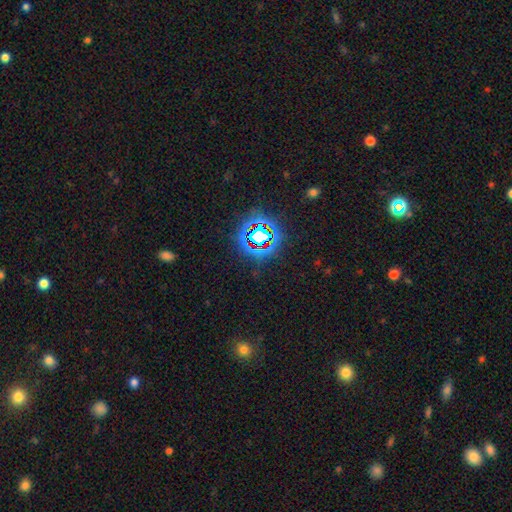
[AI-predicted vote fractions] Q: Smooth or featured?
A: star or artifact (74%); runner-up: smooth (17%)